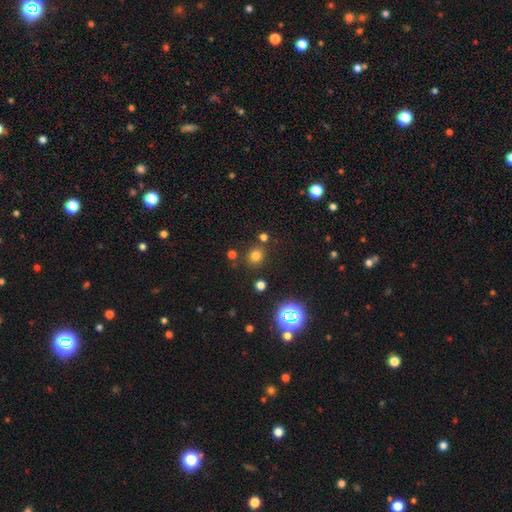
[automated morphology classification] smooth 73%, star or artifact 21%, featured or disk 6%. Down the decision tree: how rounded — round (78%); merging — none (79%).